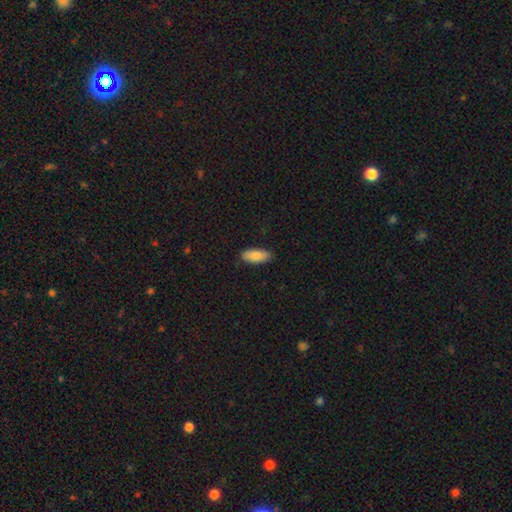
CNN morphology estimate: smooth-or-featured: smooth: 86% | featured or disk: 8% | star or artifact: 6%
  how-rounded: in between: 85% | cigar-shaped: 13% | round: 2%
  merging: none: 87% | minor disturbance: 10% | major disturbance: 2% | merger: 1%